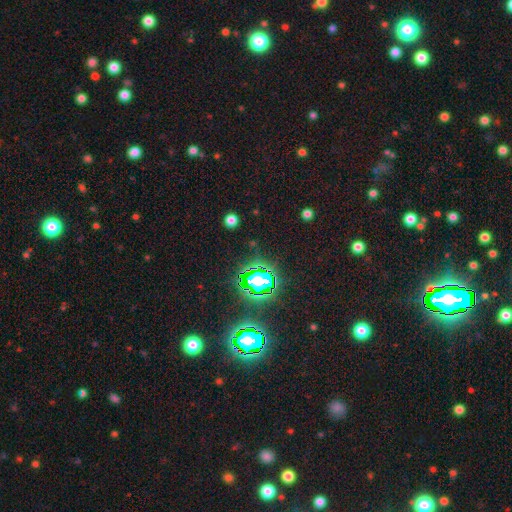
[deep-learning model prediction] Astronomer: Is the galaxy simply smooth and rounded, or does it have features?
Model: star or artifact — 78%.